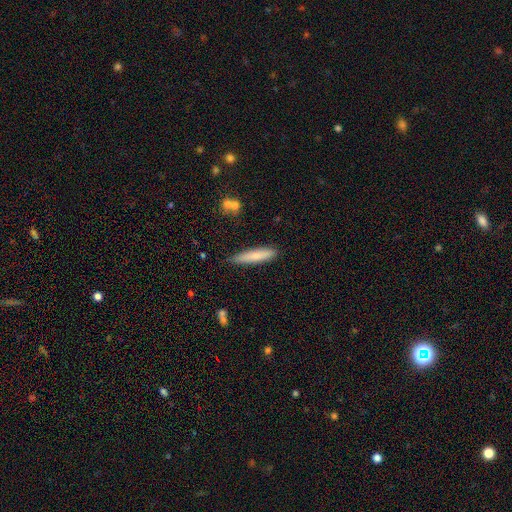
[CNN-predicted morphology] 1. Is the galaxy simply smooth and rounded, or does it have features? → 76% smooth, 18% featured or disk, 6% star or artifact.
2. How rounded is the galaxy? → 88% cigar-shaped, 10% in between, 1% round.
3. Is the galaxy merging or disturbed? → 84% none, 12% minor disturbance, 2% major disturbance, 2% merger.